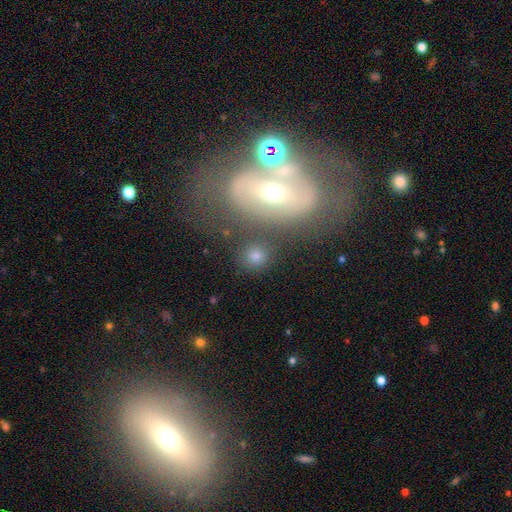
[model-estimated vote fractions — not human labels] smooth 75%, star or artifact 17%, featured or disk 9%. Down the decision tree: how rounded — round (88%); merging — none (77%).